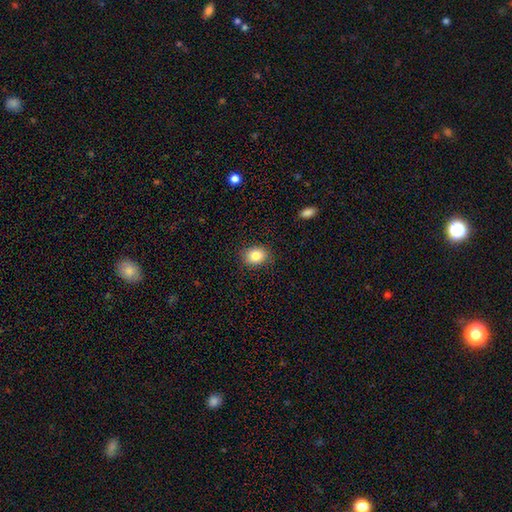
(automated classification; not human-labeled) Q: Smooth or featured?
A: smooth (84%); runner-up: star or artifact (9%)
Q: How rounded?
A: in between (50%); runner-up: round (49%)
Q: Merging?
A: none (87%); runner-up: minor disturbance (10%)